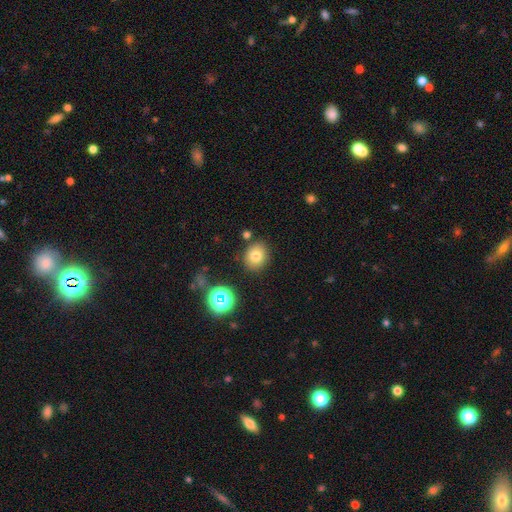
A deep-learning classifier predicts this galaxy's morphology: Smooth or featured: smooth — 76% (star or artifact — 14%)
How rounded: round — 70% (in between — 29%)
Merging: none — 83% (minor disturbance — 10%)